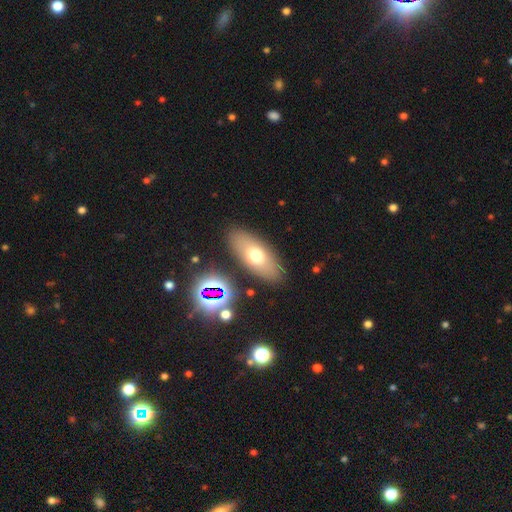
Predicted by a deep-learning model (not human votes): Smooth or featured? smooth (63%)
How rounded? in between (84%)
Merging? none (85%)